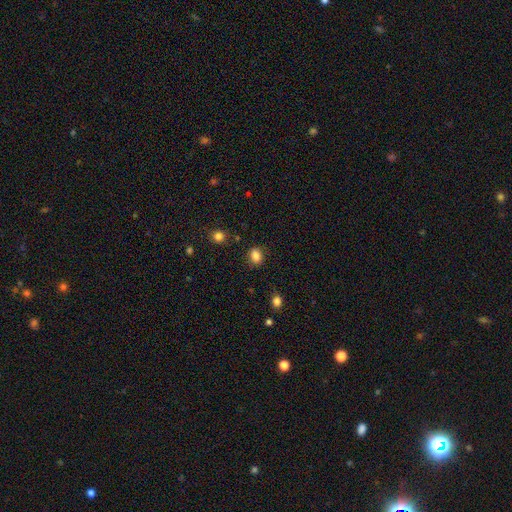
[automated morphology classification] smooth 85%, star or artifact 10%, featured or disk 4%. Down the decision tree: how rounded — in between (52%); merging — none (85%).